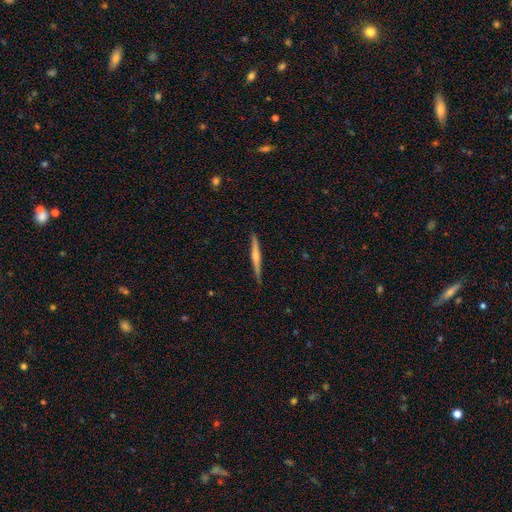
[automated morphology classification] smooth-or-featured: featured or disk: 60% | smooth: 35% | star or artifact: 5%
  disk-edge-on: yes: 98% | no: 2%
    edge-on-bulge: rounded: 71% | none: 22% | boxy: 7%
  merging: none: 88% | minor disturbance: 10% | major disturbance: 2% | merger: 1%